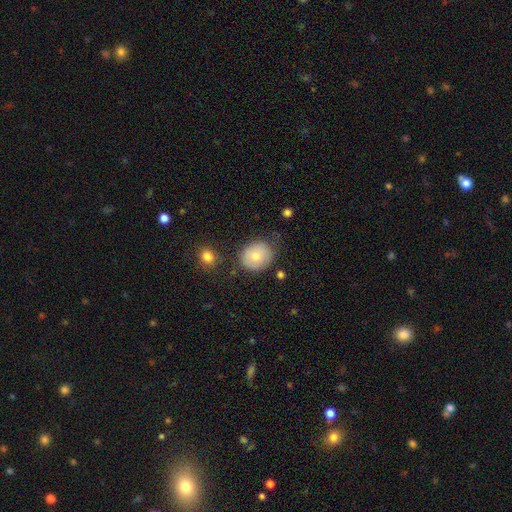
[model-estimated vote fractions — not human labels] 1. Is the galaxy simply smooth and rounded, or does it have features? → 76% smooth, 16% featured or disk, 8% star or artifact.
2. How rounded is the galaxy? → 70% round, 29% in between, 1% cigar-shaped.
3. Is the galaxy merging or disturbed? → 71% none, 20% minor disturbance, 5% major disturbance, 4% merger.